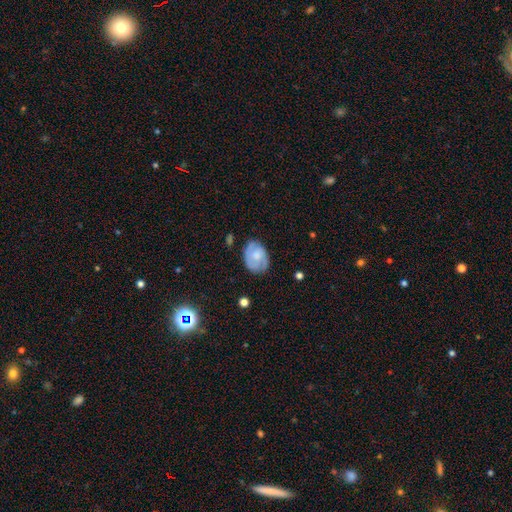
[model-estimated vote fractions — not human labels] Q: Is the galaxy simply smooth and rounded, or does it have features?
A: featured or disk — 49%.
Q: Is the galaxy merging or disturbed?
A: none — 69%.